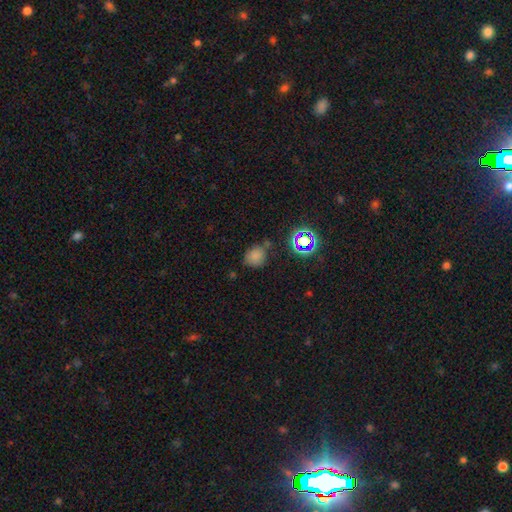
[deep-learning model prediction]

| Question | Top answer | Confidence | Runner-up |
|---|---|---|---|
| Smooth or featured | smooth | 72% | star or artifact (21%) |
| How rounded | round | 68% | in between (30%) |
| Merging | none | 60% | minor disturbance (22%) |